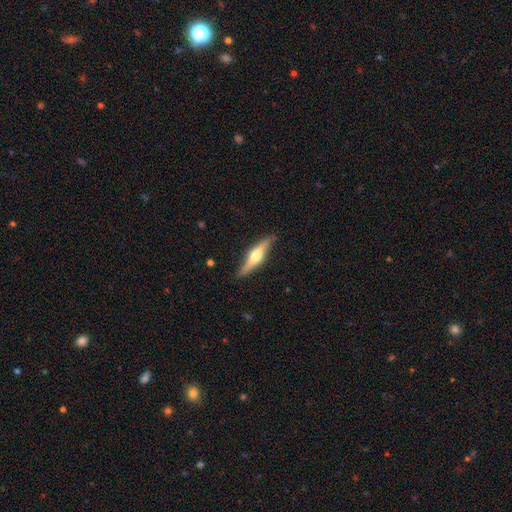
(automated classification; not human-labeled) This appears to be a featured or disk galaxy (62%) viewed edge-on (92%) with a rounded central bulge (92%). Merging: none (84%).